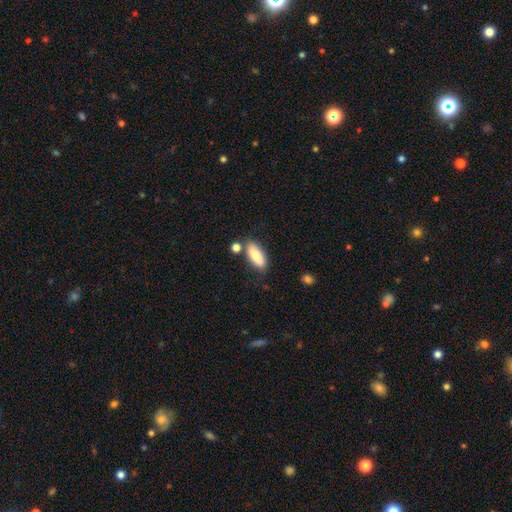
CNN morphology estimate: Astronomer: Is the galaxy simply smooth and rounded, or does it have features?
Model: smooth — 80%.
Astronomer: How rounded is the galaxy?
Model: in between — 77%.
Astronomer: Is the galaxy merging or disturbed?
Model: none — 72%.